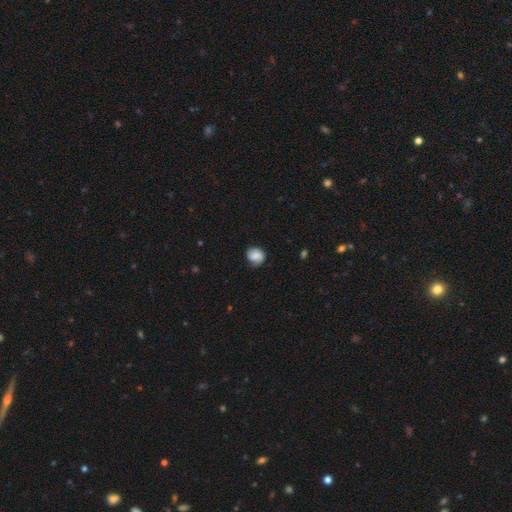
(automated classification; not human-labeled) Morphology: type=smooth (64%); roundness=round (67%); merging=none (66%).